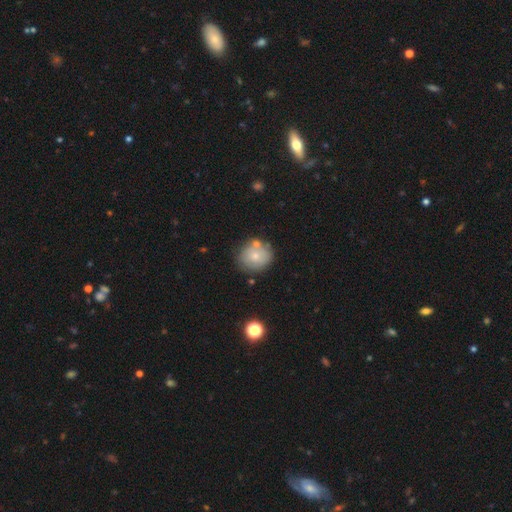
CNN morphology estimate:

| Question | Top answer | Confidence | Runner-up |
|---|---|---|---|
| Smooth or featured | smooth | 65% | featured or disk (27%) |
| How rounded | round | 77% | in between (22%) |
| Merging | none | 66% | minor disturbance (18%) |